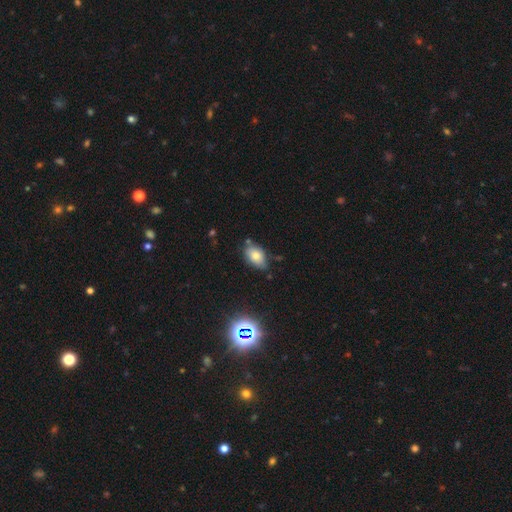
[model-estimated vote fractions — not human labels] Smooth or featured? smooth (75%)
How rounded? in between (87%)
Merging? none (66%)